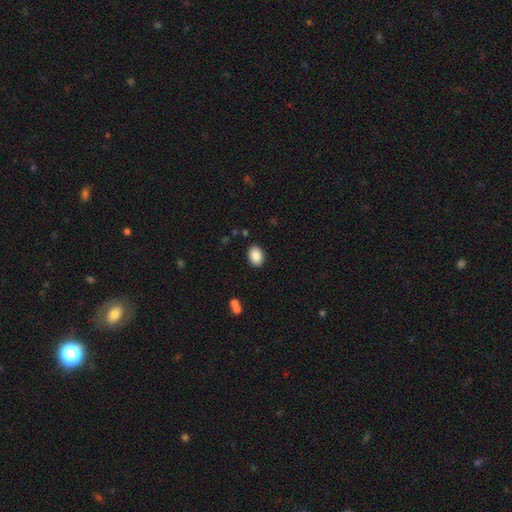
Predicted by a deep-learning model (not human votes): Q: Smooth or featured?
A: smooth (88%); runner-up: star or artifact (8%)
Q: How rounded?
A: in between (79%); runner-up: round (20%)
Q: Merging?
A: none (88%); runner-up: minor disturbance (8%)